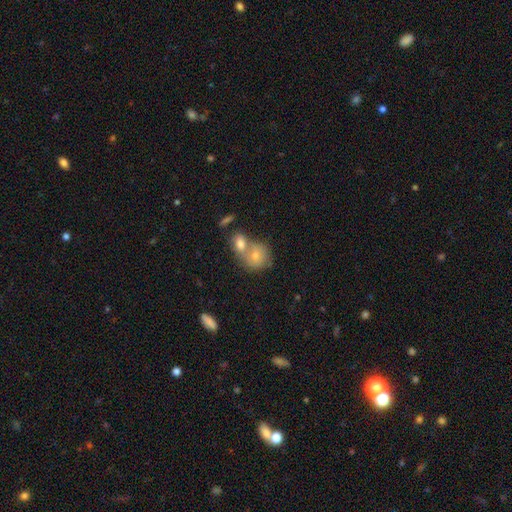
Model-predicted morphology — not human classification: This appears to be a smooth galaxy with no disk features (72%) that is round (69%). Merging: merger (61%).